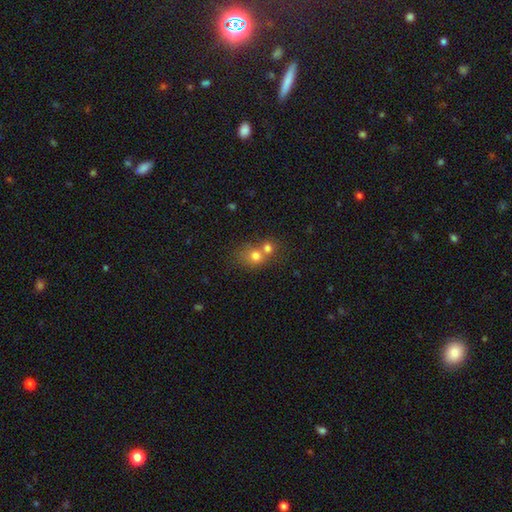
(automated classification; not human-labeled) A smooth galaxy with no disk features (73%) that is round (71%).

Vote fractions:
- Smooth or featured? smooth: 73% / featured or disk: 14% / star or artifact: 12%
- How rounded? round: 71% / in between: 28% / cigar-shaped: 1%
- Merging? merger: 58% / none: 31% / minor disturbance: 7% / major disturbance: 3%